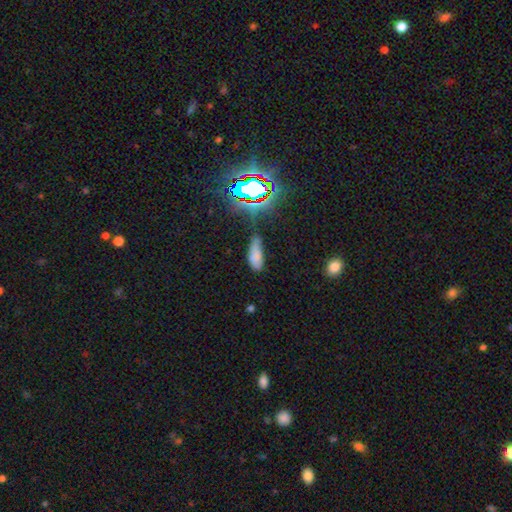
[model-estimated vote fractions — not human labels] smooth-or-featured: smooth: 71% | star or artifact: 18% | featured or disk: 11%
  how-rounded: in between: 70% | cigar-shaped: 27% | round: 3%
  merging: none: 46% | minor disturbance: 33% | major disturbance: 14% | merger: 6%